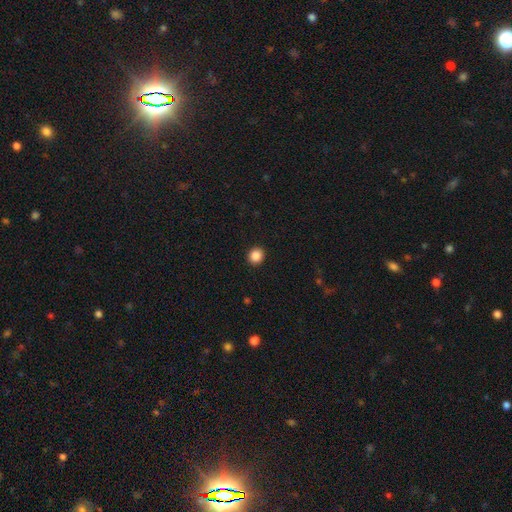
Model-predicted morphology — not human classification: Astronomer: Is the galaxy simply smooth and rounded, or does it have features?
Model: smooth — 88%.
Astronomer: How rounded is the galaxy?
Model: round — 88%.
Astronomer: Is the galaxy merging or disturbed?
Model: none — 93%.